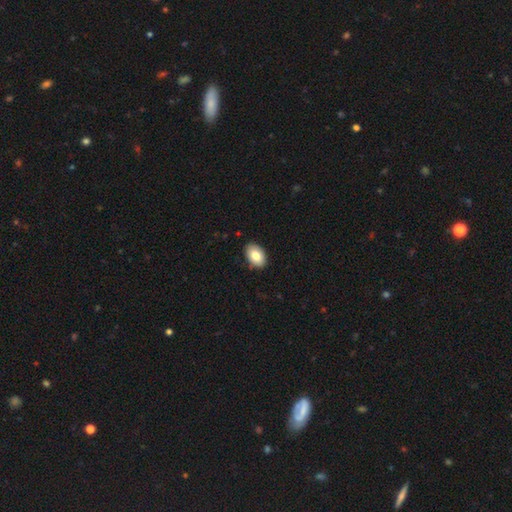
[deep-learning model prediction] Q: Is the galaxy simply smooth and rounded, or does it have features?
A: smooth — 81%.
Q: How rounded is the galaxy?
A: in between — 89%.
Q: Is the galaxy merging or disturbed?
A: none — 87%.